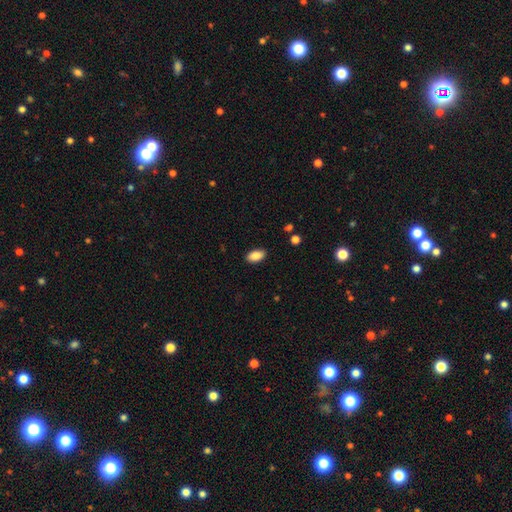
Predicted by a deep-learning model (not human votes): A smooth galaxy with no disk features (88%) that is in between round and cigar-shaped (93%). Merging: none (87%).